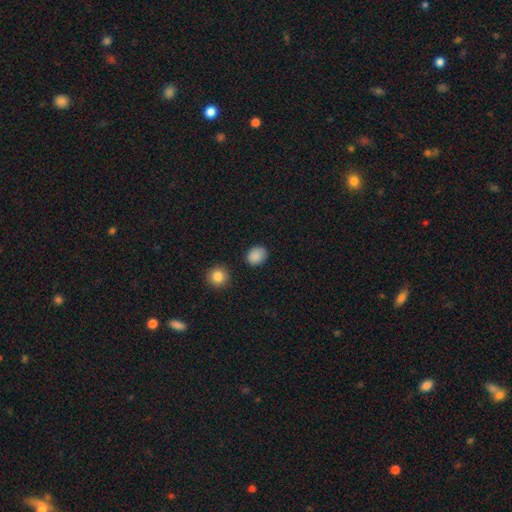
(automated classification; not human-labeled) Q: Smooth or featured?
A: smooth (87%); runner-up: star or artifact (9%)
Q: How rounded?
A: round (51%); runner-up: in between (48%)
Q: Merging?
A: none (85%); runner-up: minor disturbance (10%)